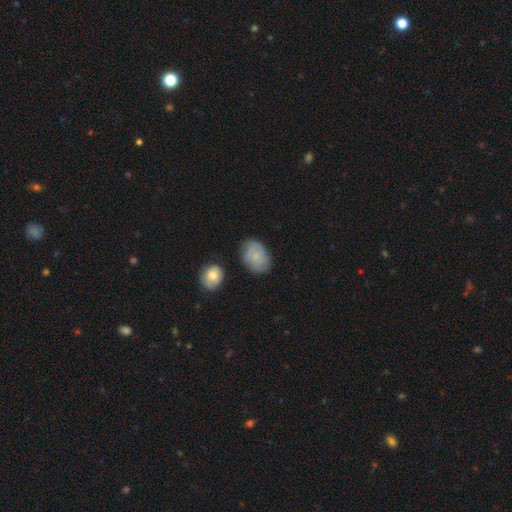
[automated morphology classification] smooth-or-featured: smooth: 61% | featured or disk: 31% | star or artifact: 8%
  how-rounded: in between: 75% | round: 23% | cigar-shaped: 1%
  merging: none: 70% | minor disturbance: 21% | major disturbance: 5% | merger: 4%